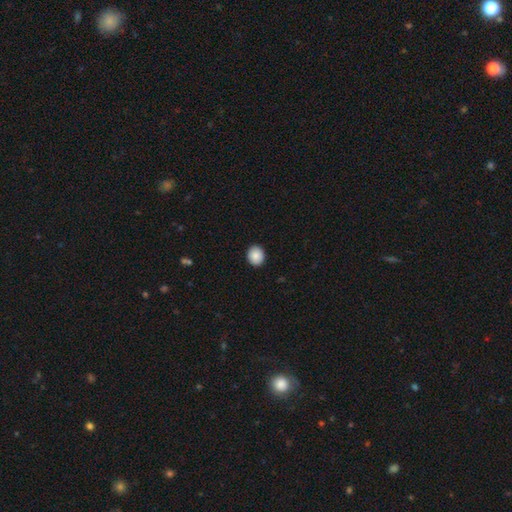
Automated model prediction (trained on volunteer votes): Q: Smooth or featured?
A: smooth (88%); runner-up: star or artifact (8%)
Q: How rounded?
A: round (70%); runner-up: in between (29%)
Q: Merging?
A: none (91%); runner-up: minor disturbance (6%)